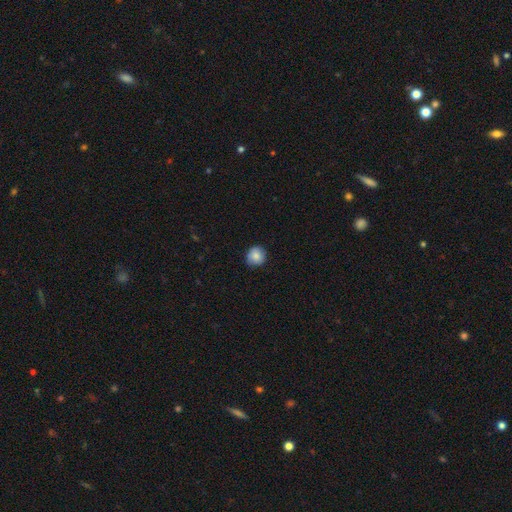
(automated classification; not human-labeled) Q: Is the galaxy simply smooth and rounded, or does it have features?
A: smooth — 79%.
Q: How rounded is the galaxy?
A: round — 90%.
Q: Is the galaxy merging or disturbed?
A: none — 80%.